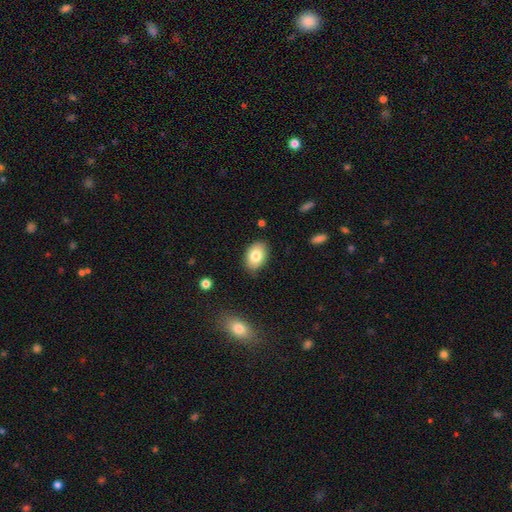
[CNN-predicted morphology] This appears to be a smooth galaxy with no disk features (81%) that is in between round and cigar-shaped (86%). Merging: none (84%).